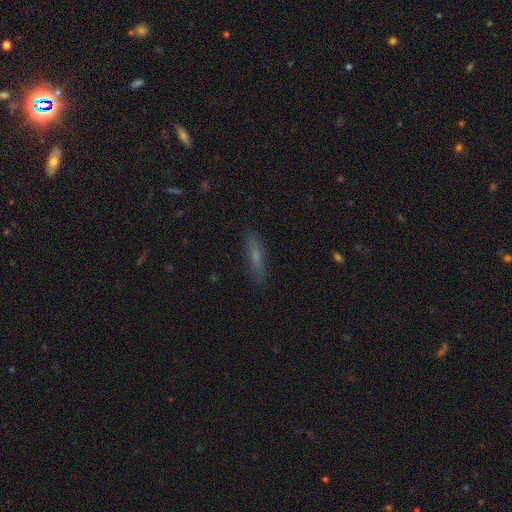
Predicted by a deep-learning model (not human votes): Morphology: type=smooth (58%); roundness=cigar-shaped (82%); merging=none (85%).